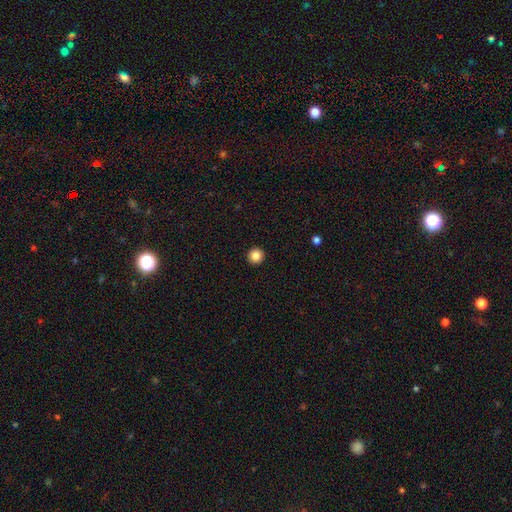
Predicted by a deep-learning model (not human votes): smooth 85%, star or artifact 10%, featured or disk 5%. Down the decision tree: how rounded — round (96%); merging — none (94%).